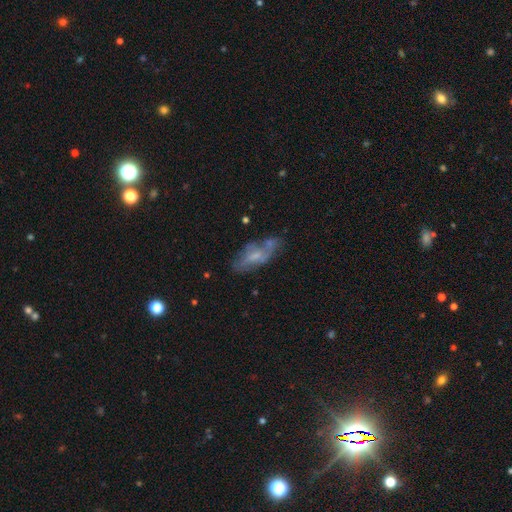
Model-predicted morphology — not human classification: The model was most divided on "smooth or featured": featured or disk: 51%, smooth: 41%, star or artifact: 8%. More confident: edge-on disk — no (84%); merging — none (51%).